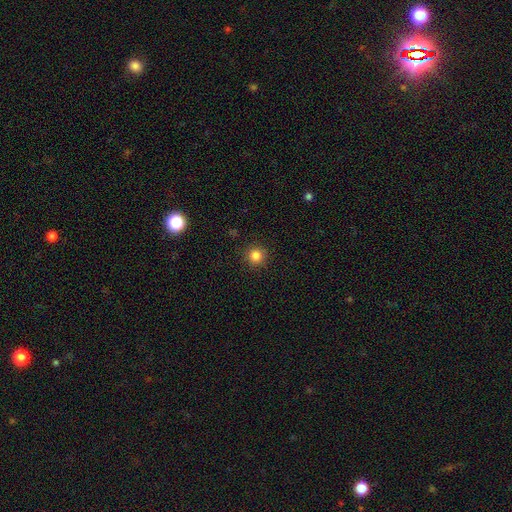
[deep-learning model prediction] This is clearly a smooth galaxy (84%). How rounded: clearly round (95%). Merging: clearly none (91%).